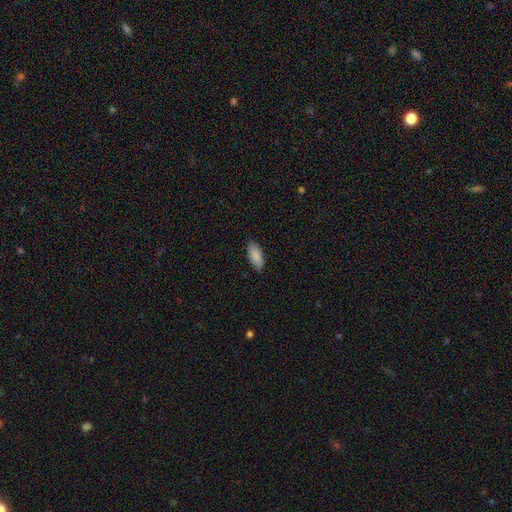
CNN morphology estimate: smooth_or_featured: smooth (p=0.89) [alt: star or artifact p=0.06]
how_rounded: in between (p=0.84) [alt: cigar-shaped p=0.15]
merging: none (p=0.86) [alt: minor disturbance p=0.11]